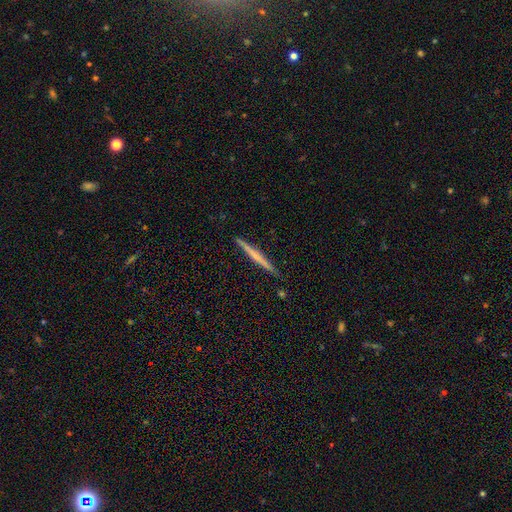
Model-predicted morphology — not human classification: Smooth or featured?
  - featured or disk: 55% *
  - smooth: 39%
  - star or artifact: 6%
Edge-on disk?
  - yes: 98% *
  - no: 2%
Edge-on bulge?
  - none: 70% *
  - rounded: 21%
  - boxy: 9%
Merging?
  - none: 90% *
  - minor disturbance: 7%
  - merger: 1%
  - major disturbance: 1%